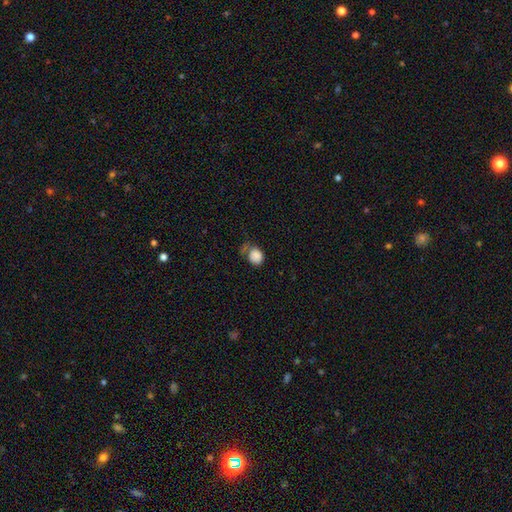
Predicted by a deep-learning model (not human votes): Smooth or featured? Predicted: smooth (p=0.84). How rounded? Predicted: round (p=0.67). Merging? Predicted: none (p=0.47).